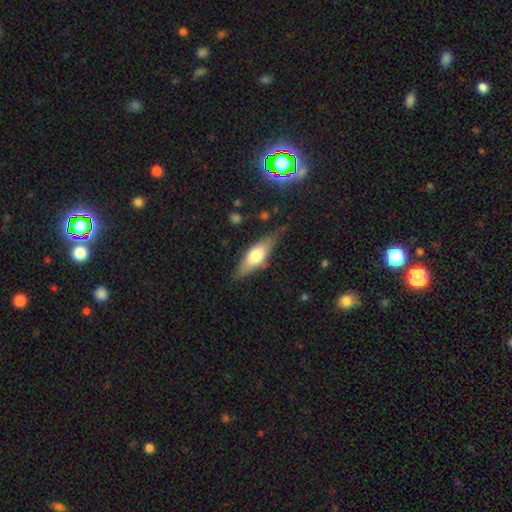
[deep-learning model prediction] Smooth or featured? smooth (60%)
How rounded? in between (59%)
Merging? none (70%)